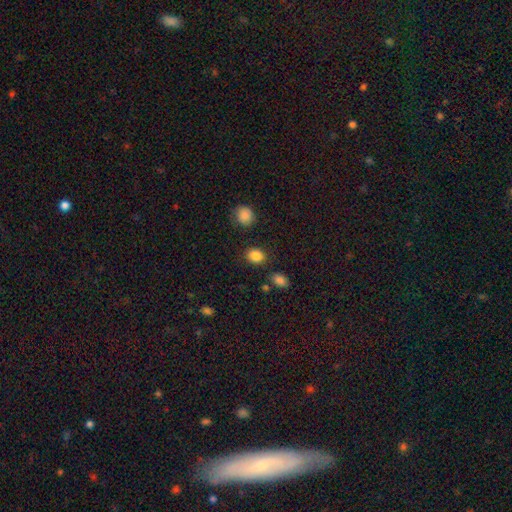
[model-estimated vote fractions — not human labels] Morphology: type=smooth (86%); roundness=round (55%); merging=none (85%).